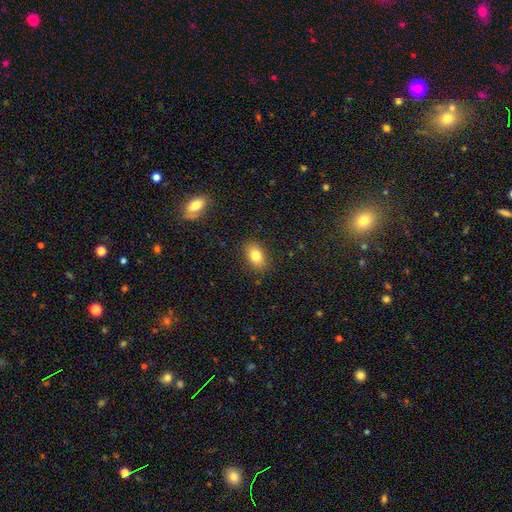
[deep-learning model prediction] This is clearly a smooth galaxy (82%). How rounded: clearly in between (85%). Merging: clearly none (87%).